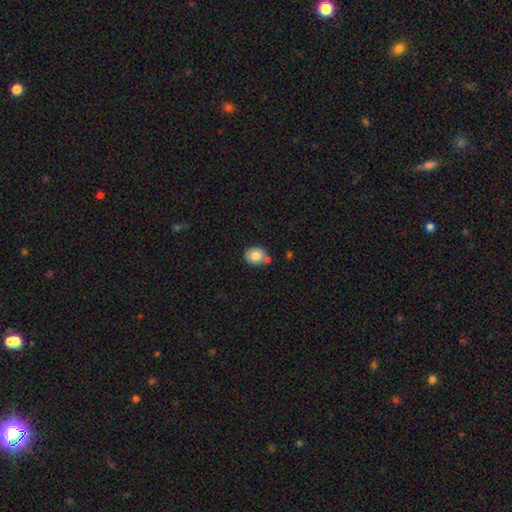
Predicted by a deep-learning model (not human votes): Smooth or featured? Predicted: smooth (p=0.80). How rounded? Predicted: round (p=0.67). Merging? Predicted: none (p=0.63).